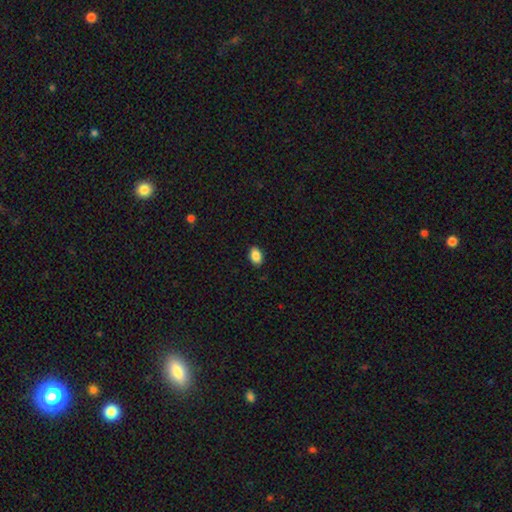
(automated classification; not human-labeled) smooth-or-featured: smooth: 88% | star or artifact: 8% | featured or disk: 4%
  how-rounded: in between: 86% | round: 12% | cigar-shaped: 1%
  merging: none: 89% | minor disturbance: 8% | major disturbance: 2% | merger: 1%